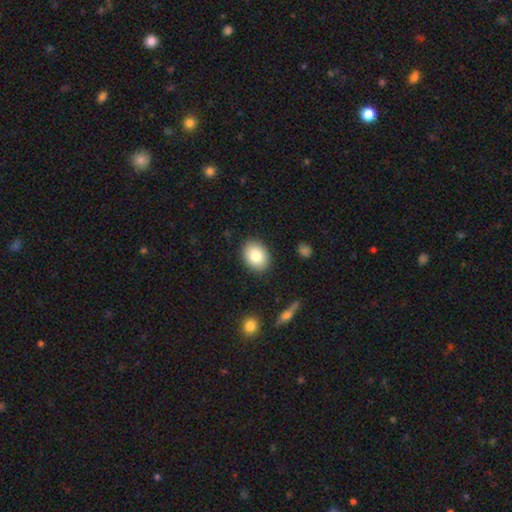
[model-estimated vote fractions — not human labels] smooth 82%, featured or disk 10%, star or artifact 8%. Down the decision tree: how rounded — in between (62%); merging — none (88%).